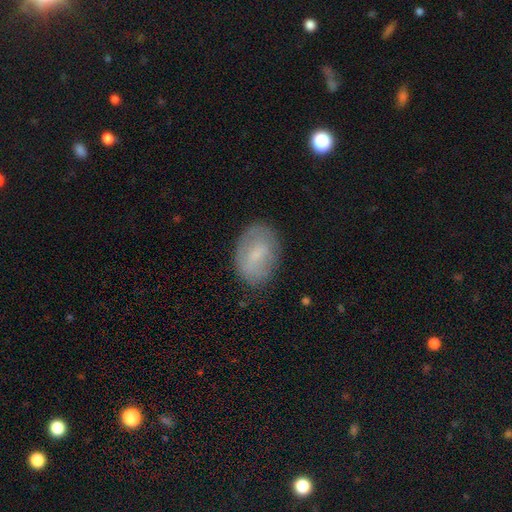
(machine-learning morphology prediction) This appears to be a smooth galaxy with no disk features (61%) that is in between round and cigar-shaped (85%). Merging: none (76%).